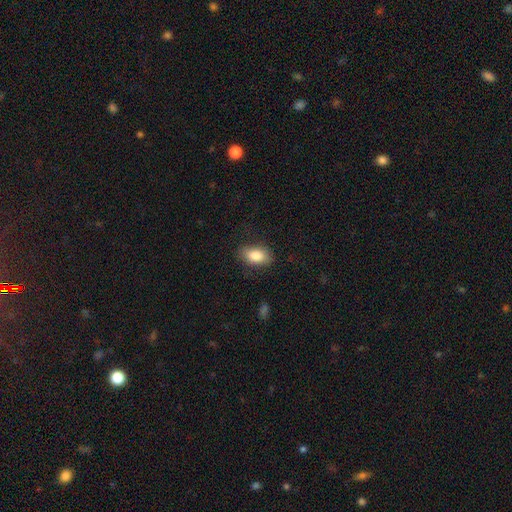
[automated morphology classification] Q: Smooth or featured?
A: smooth (86%); runner-up: featured or disk (7%)
Q: How rounded?
A: in between (90%); runner-up: round (7%)
Q: Merging?
A: none (82%); runner-up: minor disturbance (13%)